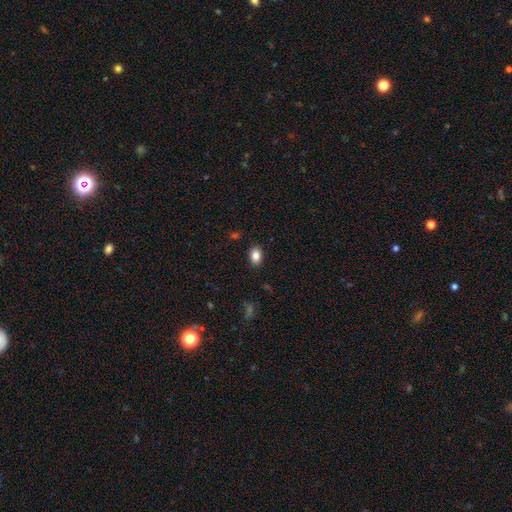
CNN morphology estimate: type=smooth (85%); roundness=in between (82%); merging=none (87%).